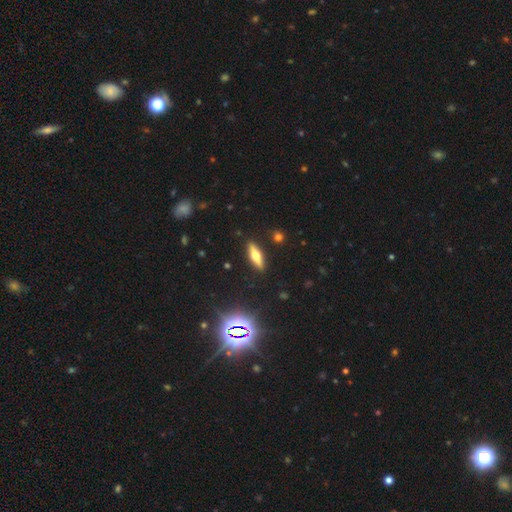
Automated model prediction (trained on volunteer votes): Smooth or featured? featured or disk (46%)
Merging? none (89%)